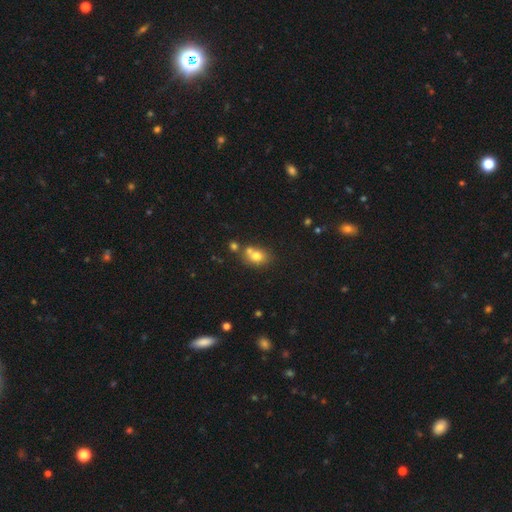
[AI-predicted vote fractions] Q: Smooth or featured?
A: smooth (73%); runner-up: featured or disk (14%)
Q: How rounded?
A: in between (52%); runner-up: round (47%)
Q: Merging?
A: none (46%); runner-up: merger (38%)